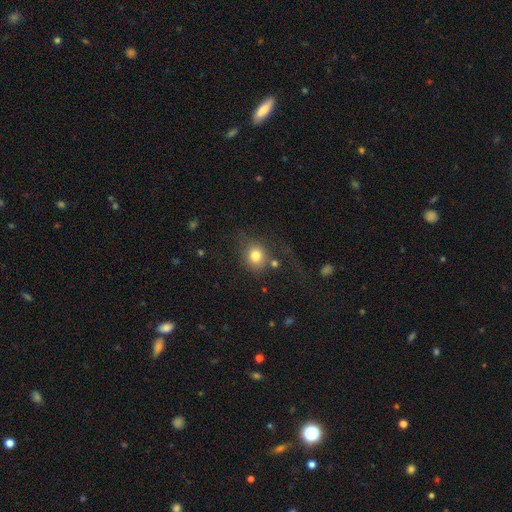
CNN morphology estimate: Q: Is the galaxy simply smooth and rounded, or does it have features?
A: smooth — 78%.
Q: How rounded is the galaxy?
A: round — 80%.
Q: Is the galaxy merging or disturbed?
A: none — 60%.